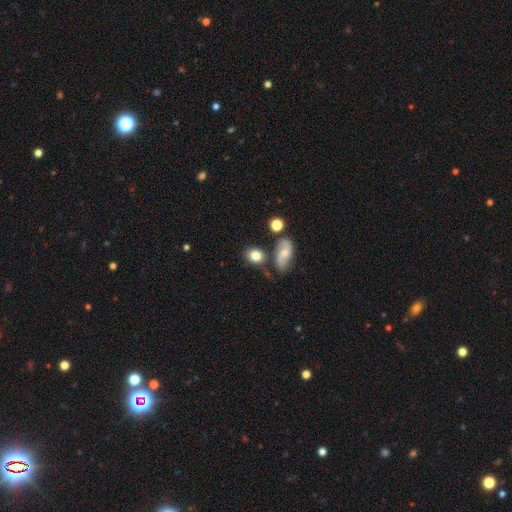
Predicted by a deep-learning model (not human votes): Overall: smooth (79%). How rounded: in between (49%, tied with round). Merging: none (67%).